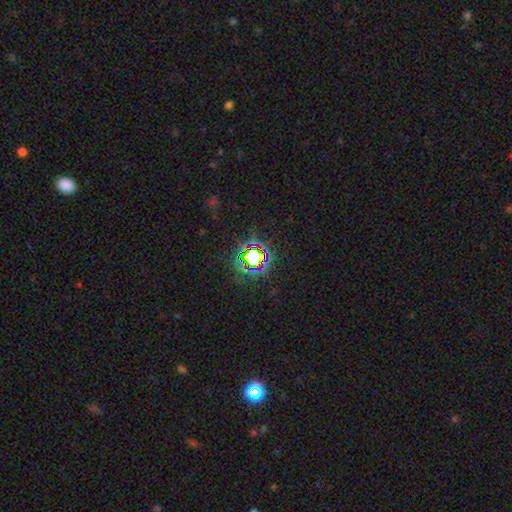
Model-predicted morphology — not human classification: type=star or artifact (77%).